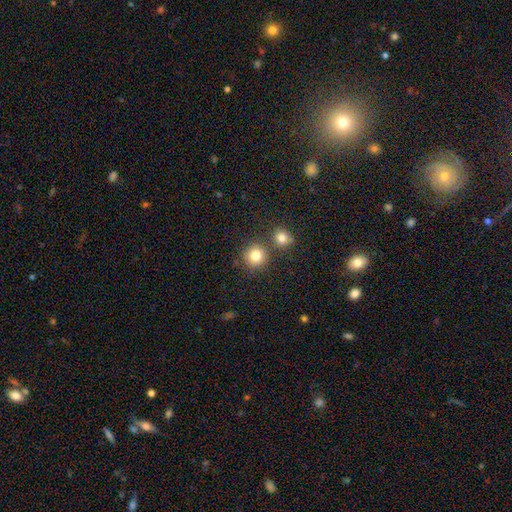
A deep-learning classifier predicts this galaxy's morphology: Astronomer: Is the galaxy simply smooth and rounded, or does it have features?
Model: smooth — 82%.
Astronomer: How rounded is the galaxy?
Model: round — 92%.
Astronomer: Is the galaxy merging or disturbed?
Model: none — 75%.